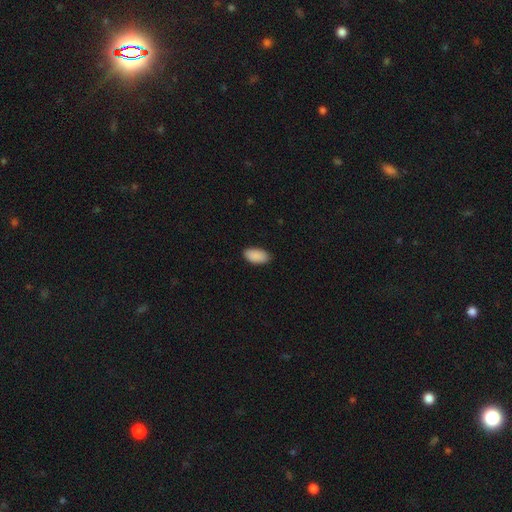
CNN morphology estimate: A smooth galaxy with no disk features (91%) that is in between round and cigar-shaped (95%).

Vote fractions:
- Smooth or featured? smooth: 91% / star or artifact: 6% / featured or disk: 3%
- How rounded? in between: 95% / cigar-shaped: 3% / round: 2%
- Merging? none: 87% / minor disturbance: 10% / major disturbance: 2% / merger: 1%